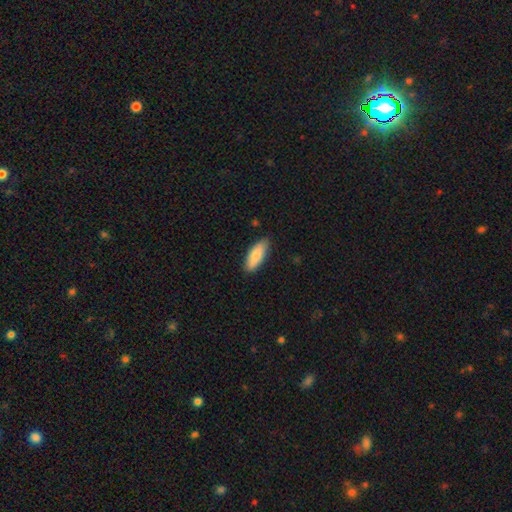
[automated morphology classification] type=smooth (84%); roundness=in between (71%); merging=none (84%).